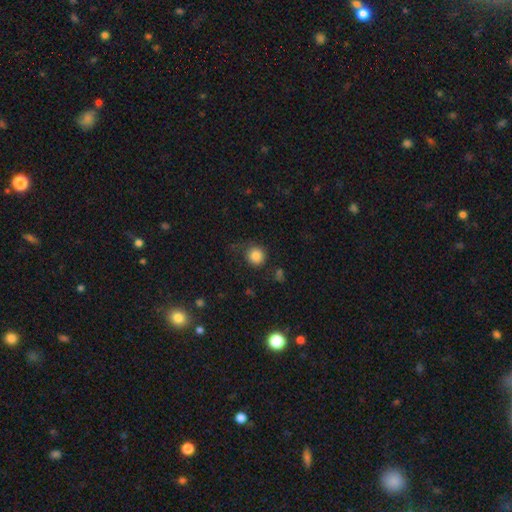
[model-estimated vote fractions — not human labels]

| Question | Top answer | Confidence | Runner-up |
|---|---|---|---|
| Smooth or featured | smooth | 85% | star or artifact (10%) |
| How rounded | round | 91% | in between (8%) |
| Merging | none | 74% | minor disturbance (16%) |